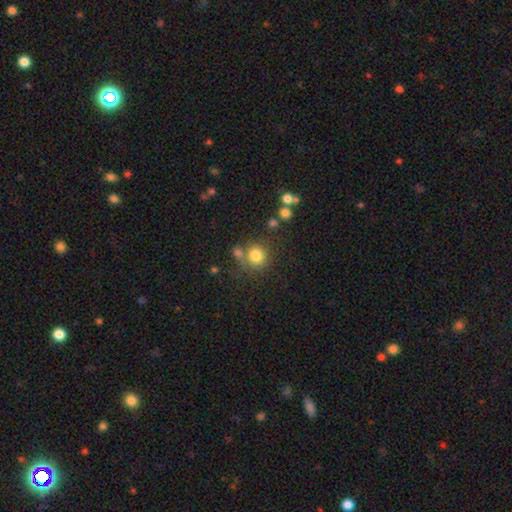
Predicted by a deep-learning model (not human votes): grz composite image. It shows a smooth galaxy with no disk features (80%) that is round (88%). Merging: none (66%).